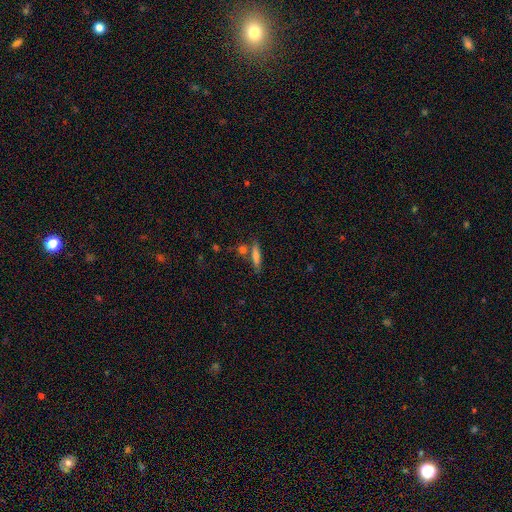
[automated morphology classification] Smooth or featured: smooth — 64% (featured or disk — 26%)
How rounded: cigar-shaped — 84% (in between — 13%)
Merging: none — 74% (minor disturbance — 12%)